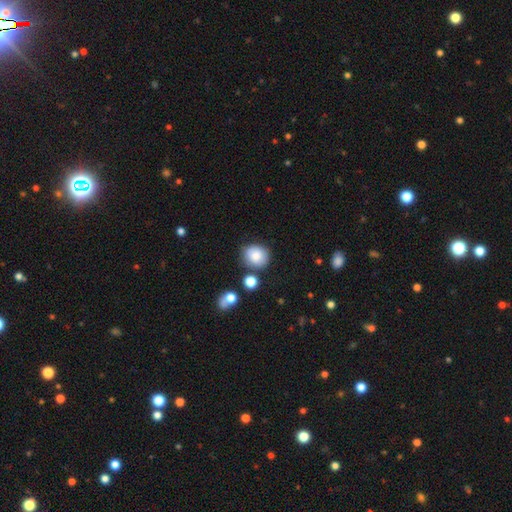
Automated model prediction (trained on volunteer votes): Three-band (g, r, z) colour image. It shows a smooth galaxy with no disk features (82%) that is round (79%). Merging: none (74%).